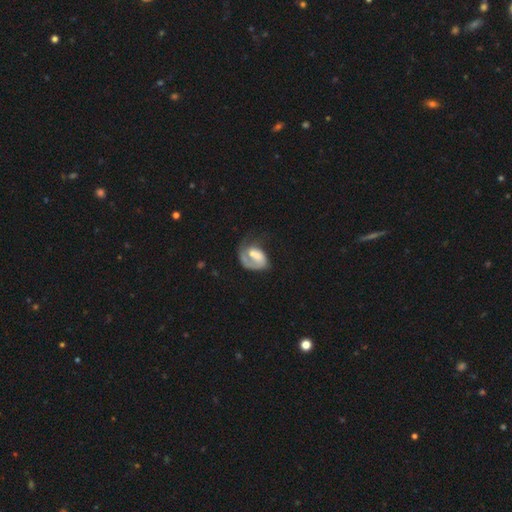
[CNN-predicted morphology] A featured or disk galaxy (65%) with no bar (60%), 1 (83%) tight (37%) spiral arms (80%) and a moderate central bulge (35%).

Vote fractions:
- Smooth or featured? featured or disk: 65% / smooth: 29% / star or artifact: 7%
- Edge-on disk? no: 97% / yes: 3%
- Bar? no: 60% / weak: 30% / strong: 10%
- Spiral arms? yes: 80% / no: 20%
- Spiral winding? tight: 37% / medium: 32% / loose: 31%
- Spiral arm count? 1: 83% / 2: 7% / can't tell: 7% / 3: 1% / more than 4: 1% / 4: 1%
- Bulge size? moderate: 35% / small: 28% / none: 19% / large: 15% / dominant: 3%
- Merging? major disturbance: 38% / none: 35% / minor disturbance: 17% / merger: 10%